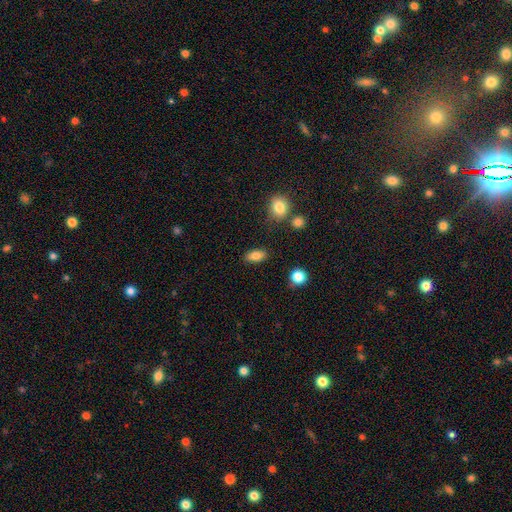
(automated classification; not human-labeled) Overall: smooth (83%). How rounded: in between (87%). Merging: none (86%).